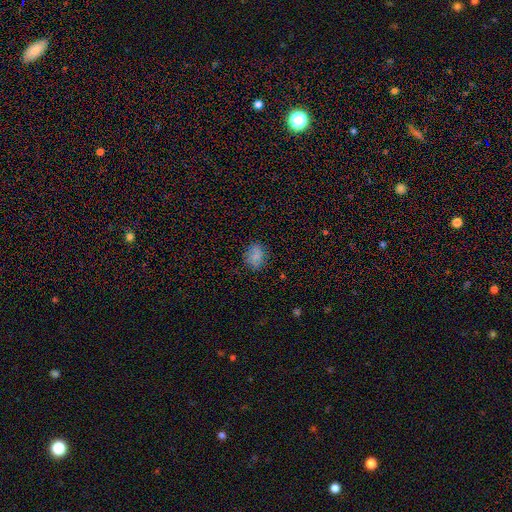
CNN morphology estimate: Smooth or featured?
  - smooth: 77% *
  - star or artifact: 16%
  - featured or disk: 7%
How rounded?
  - in between: 52% *
  - round: 46%
  - cigar-shaped: 1%
Merging?
  - none: 82% *
  - minor disturbance: 13%
  - major disturbance: 4%
  - merger: 1%